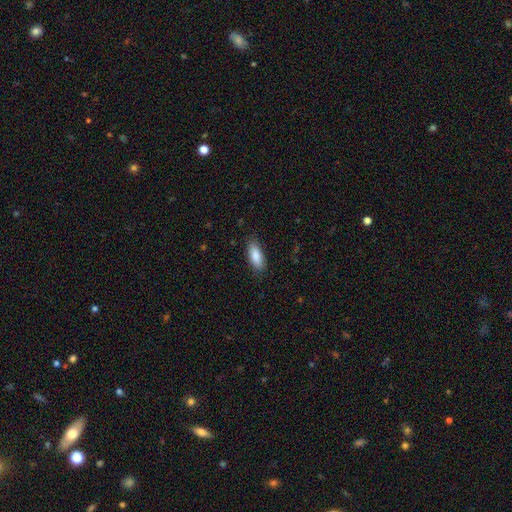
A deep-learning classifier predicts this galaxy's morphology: smooth 87%, featured or disk 7%, star or artifact 6%. Down the decision tree: how rounded — in between (77%); merging — none (85%).